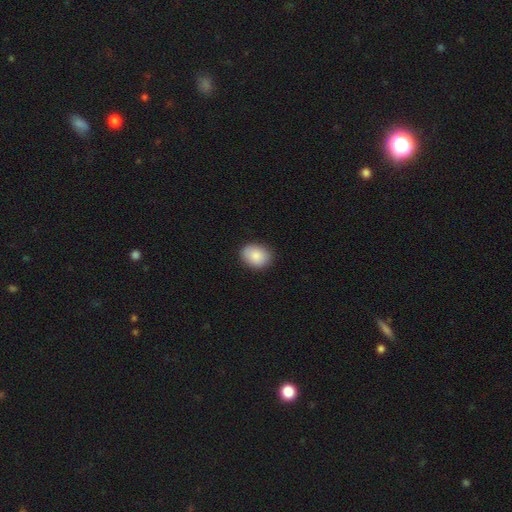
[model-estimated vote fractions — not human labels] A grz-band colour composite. It shows a smooth galaxy with no disk features (88%) that is in between round and cigar-shaped (55%). Merging: none (88%).